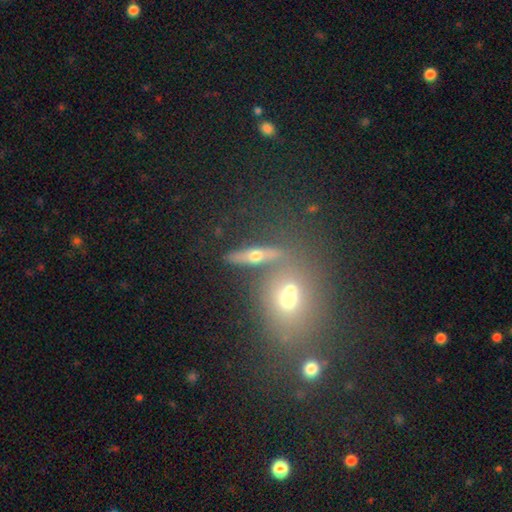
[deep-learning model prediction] A featured or disk galaxy (51%) viewed edge-on (81%).

Vote fractions:
- Smooth or featured? featured or disk: 51% / smooth: 33% / star or artifact: 16%
- Edge-on disk? yes: 81% / no: 19%
- Merging? none: 61% / merger: 21% / minor disturbance: 12% / major disturbance: 6%